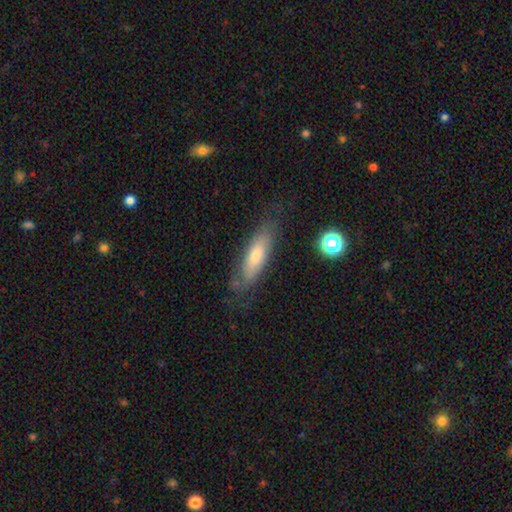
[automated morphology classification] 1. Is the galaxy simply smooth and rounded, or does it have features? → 59% smooth, 34% featured or disk, 7% star or artifact.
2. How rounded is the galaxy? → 51% cigar-shaped, 47% in between, 2% round.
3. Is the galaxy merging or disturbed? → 71% none, 20% minor disturbance, 7% major disturbance, 2% merger.